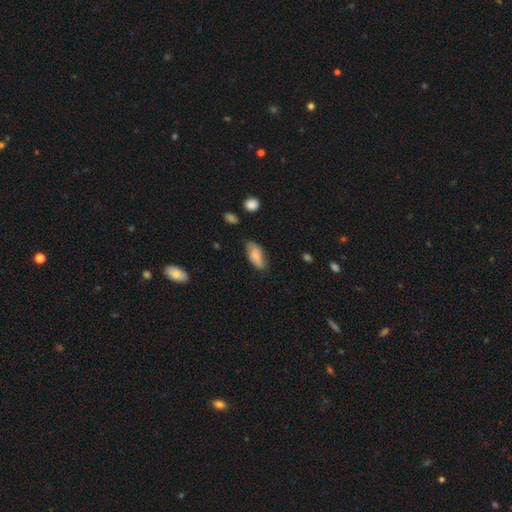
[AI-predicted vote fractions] Smooth or featured?
  - smooth: 74% *
  - featured or disk: 19%
  - star or artifact: 7%
How rounded?
  - in between: 86% *
  - cigar-shaped: 11%
  - round: 3%
Merging?
  - none: 63% *
  - minor disturbance: 28%
  - major disturbance: 6%
  - merger: 3%